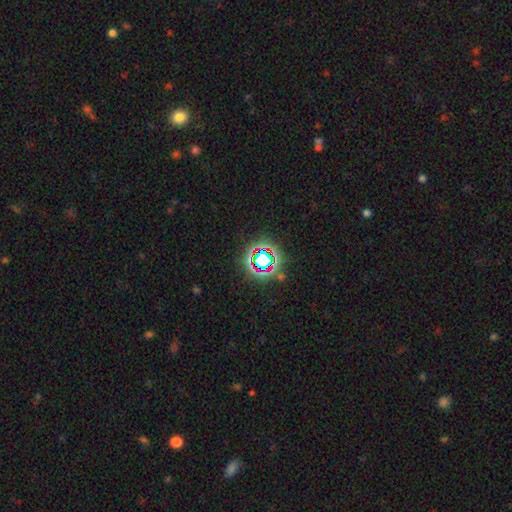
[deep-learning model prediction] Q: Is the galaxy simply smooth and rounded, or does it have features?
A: star or artifact — 69%.